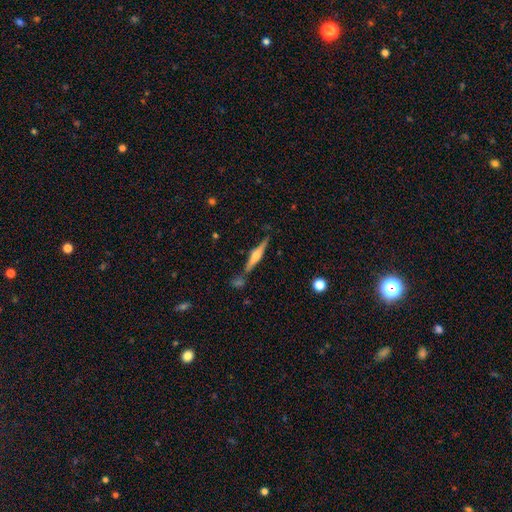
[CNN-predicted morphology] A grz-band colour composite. It shows a featured or disk galaxy (72%) viewed edge-on (97%) with a rounded central bulge (84%). Merging: none (80%).